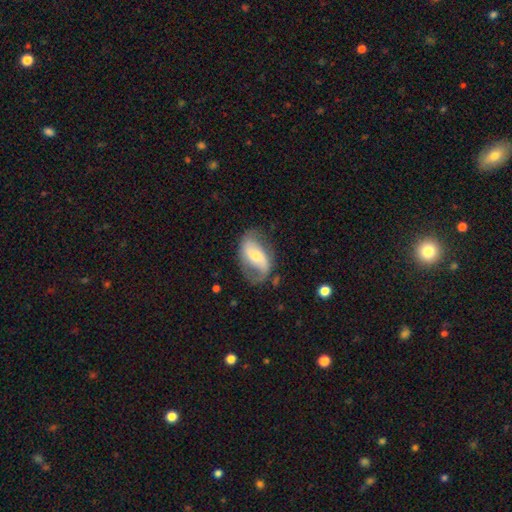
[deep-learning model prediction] Overall: featured or disk (69%). Edge-on disk: no (94%). Bar: no (36%; strong 33%). Spiral arms: yes (82%). Spiral arm count: 2 (82%). Spiral winding: loose (56%; medium 31%). Bulge size: small (48%; moderate 44%). Merging: none (62%; minor disturbance 22%).